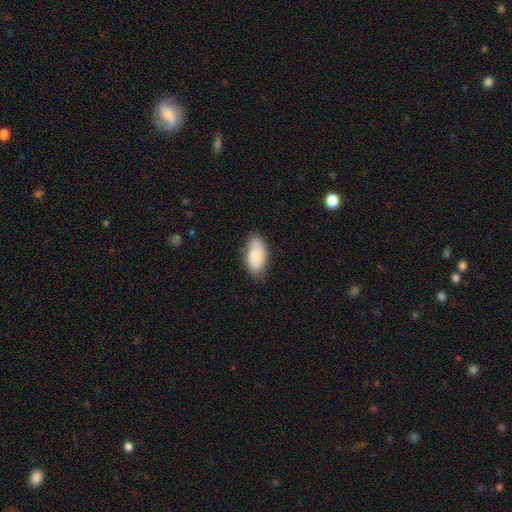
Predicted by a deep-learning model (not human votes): Morphology: type=smooth (82%); roundness=in between (94%); merging=none (75%).